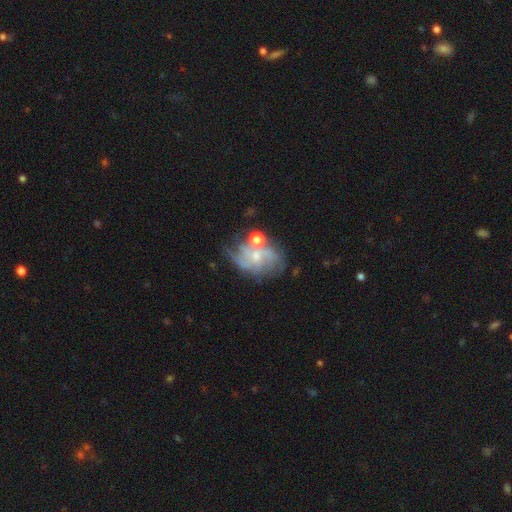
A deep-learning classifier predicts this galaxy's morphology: smooth-or-featured: featured or disk: 75% | smooth: 15% | star or artifact: 9%
  disk-edge-on: no: 97% | yes: 3%
    bar: no: 63% | weak: 31% | strong: 5%
    has-spiral-arms: yes: 86% | no: 14%
      spiral-winding: medium: 44% | tight: 33% | loose: 23%
      spiral-arm-count: can't tell: 35% | 2: 24% | 3: 21% | 4: 9% | 1: 5% | more than 4: 5%
    bulge-size: small: 58% | moderate: 30% | none: 8% | large: 2% | dominant: 1%
  merging: none: 48% | minor disturbance: 22% | major disturbance: 17% | merger: 13%